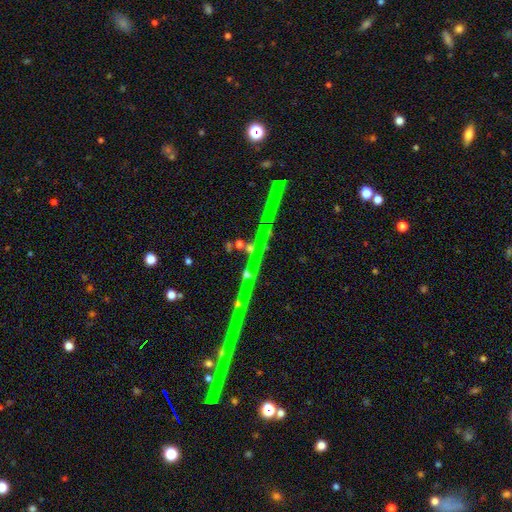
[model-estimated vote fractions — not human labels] The model was most divided on "smooth or featured": star or artifact: 50%, featured or disk: 39%, smooth: 11%.